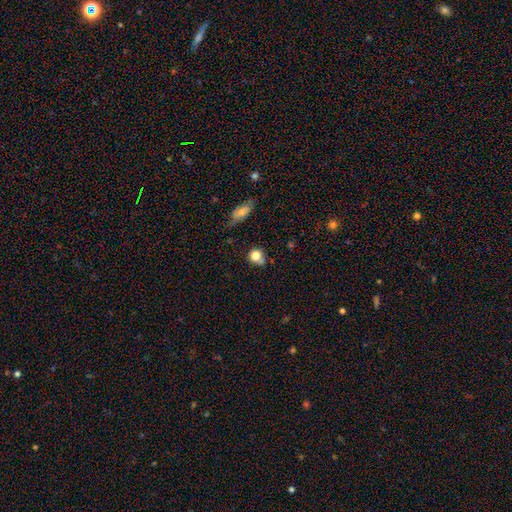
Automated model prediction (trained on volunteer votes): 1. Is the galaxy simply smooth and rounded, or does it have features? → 80% smooth, 11% star or artifact, 10% featured or disk.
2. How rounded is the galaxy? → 85% round, 14% in between, 1% cigar-shaped.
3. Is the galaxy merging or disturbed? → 61% none, 20% minor disturbance, 12% merger, 6% major disturbance.